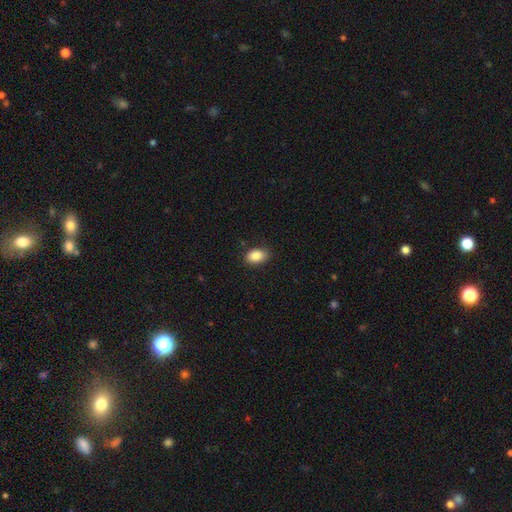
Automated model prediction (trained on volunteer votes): Smooth or featured? smooth (87%)
How rounded? in between (85%)
Merging? none (84%)